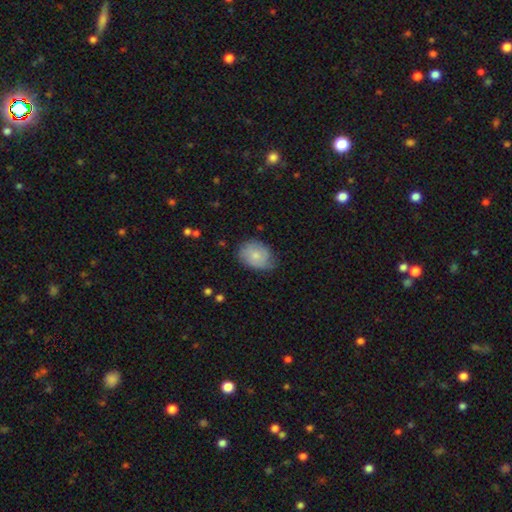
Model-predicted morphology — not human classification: A smooth galaxy with no disk features (66%) that is in between round and cigar-shaped (61%). Merging: none (59%).